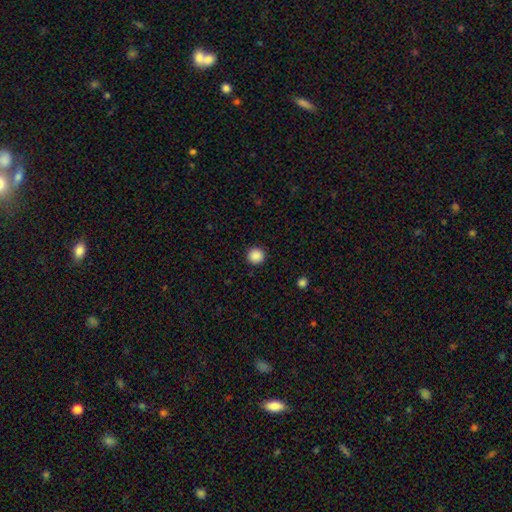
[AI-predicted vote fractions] A smooth galaxy with no disk features (88%) that is round (95%). Merging: none (92%).